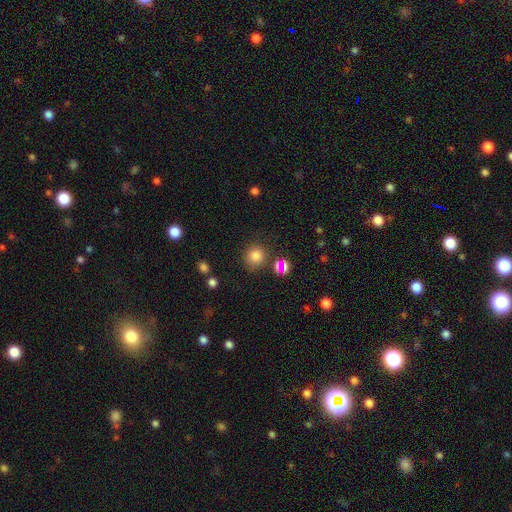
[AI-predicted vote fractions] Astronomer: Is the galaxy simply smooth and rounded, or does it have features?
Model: smooth — 78%.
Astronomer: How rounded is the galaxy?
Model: round — 89%.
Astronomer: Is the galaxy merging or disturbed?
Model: none — 79%.